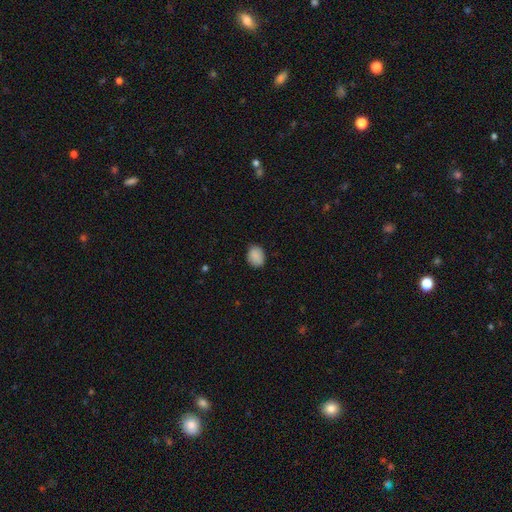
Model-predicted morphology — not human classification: Overall: smooth (88%). How rounded: in between (60%; round 39%). Merging: none (82%).